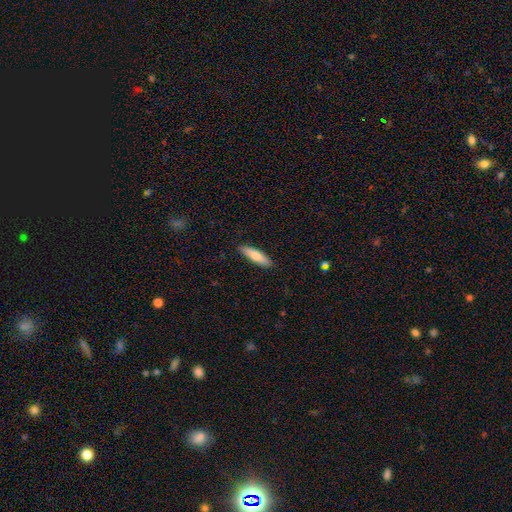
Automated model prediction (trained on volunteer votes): smooth-or-featured: smooth: 70% | featured or disk: 25% | star or artifact: 6%
  how-rounded: cigar-shaped: 67% | in between: 31% | round: 2%
  merging: none: 90% | minor disturbance: 8% | major disturbance: 2% | merger: 1%